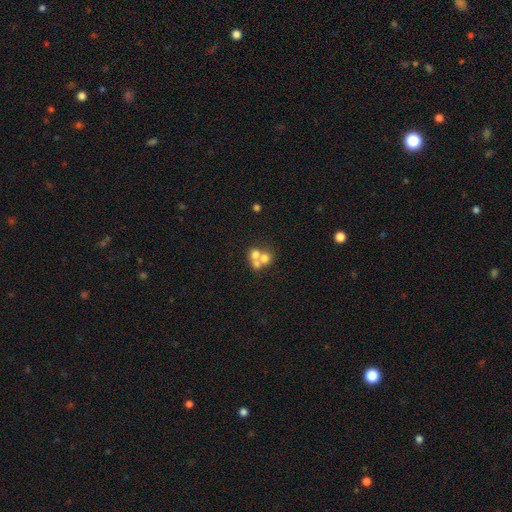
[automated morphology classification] Smooth or featured? Predicted: smooth (p=0.60). How rounded? Predicted: round (p=0.78). Merging? Predicted: merger (p=0.63).